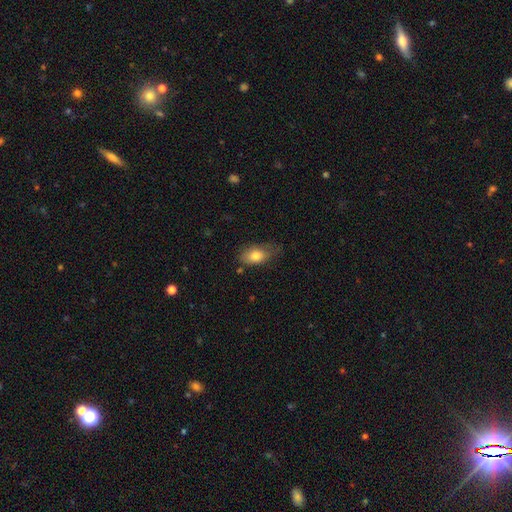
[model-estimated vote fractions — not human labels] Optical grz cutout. It shows a smooth galaxy with no disk features (79%) that is in between round and cigar-shaped (87%). Merging: none (54%).